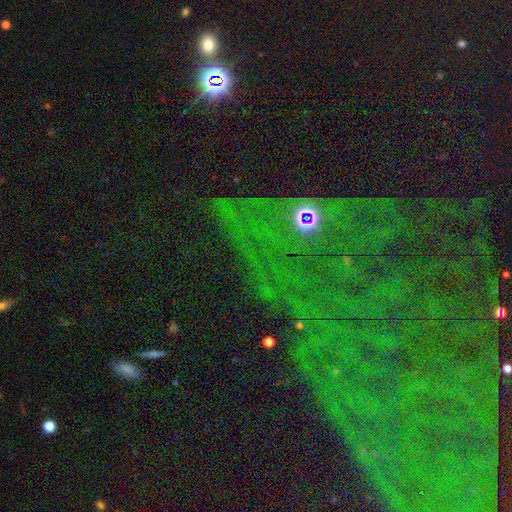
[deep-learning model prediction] Smooth or featured? star or artifact (76%)